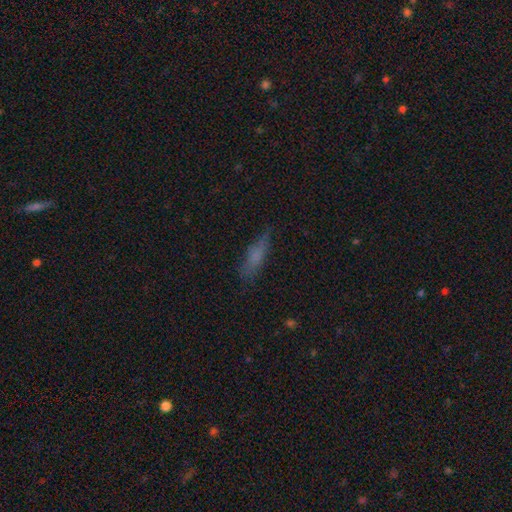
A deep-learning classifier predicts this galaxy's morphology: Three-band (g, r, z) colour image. It shows a smooth galaxy with no disk features (65%) that is cigar-shaped (65%). Merging: none (72%).